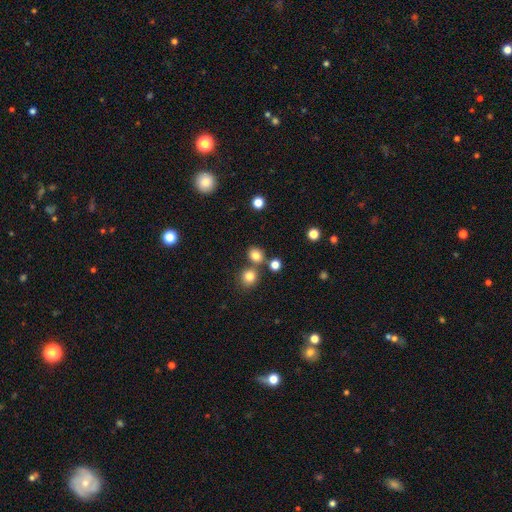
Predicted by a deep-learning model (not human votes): smooth 79%, star or artifact 14%, featured or disk 6%. Down the decision tree: how rounded — round (75%); merging — none (71%).